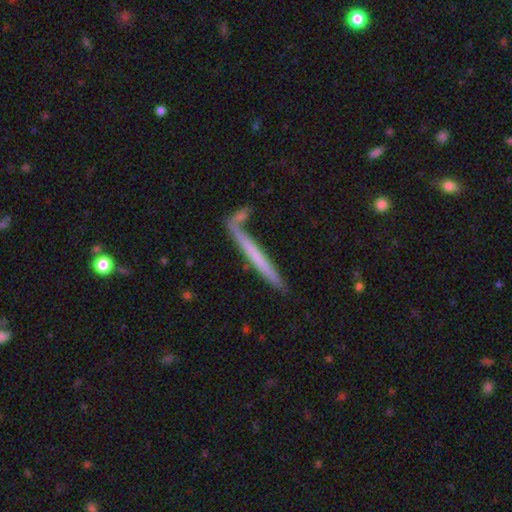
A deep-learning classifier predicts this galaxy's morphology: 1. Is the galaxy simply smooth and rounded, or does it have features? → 50% smooth, 43% featured or disk, 7% star or artifact.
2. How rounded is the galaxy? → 97% cigar-shaped, 2% in between, 1% round.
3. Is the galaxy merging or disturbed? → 68% none, 14% minor disturbance, 13% merger, 5% major disturbance.